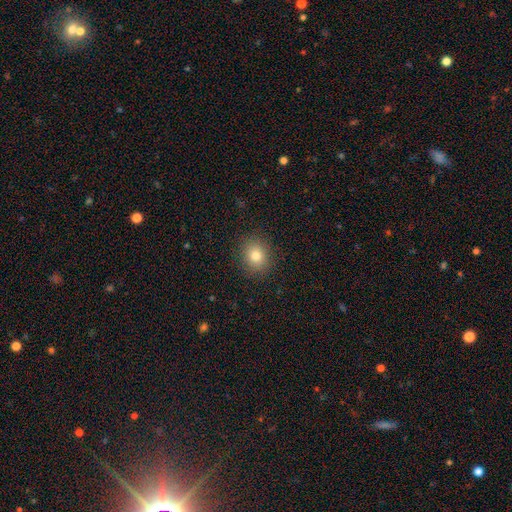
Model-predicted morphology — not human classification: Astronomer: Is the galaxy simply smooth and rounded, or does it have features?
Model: smooth — 80%.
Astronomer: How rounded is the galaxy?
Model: round — 67%.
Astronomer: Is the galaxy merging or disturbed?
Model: none — 90%.